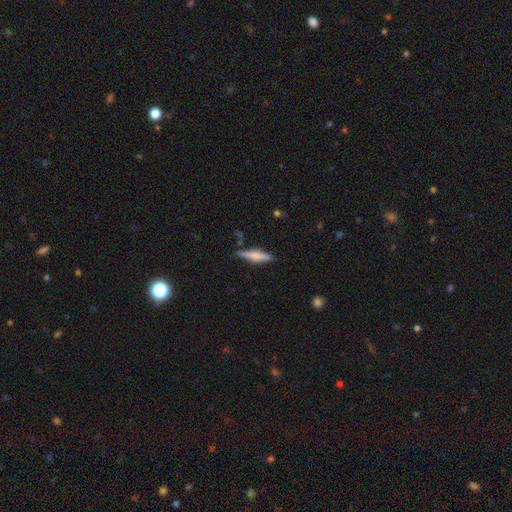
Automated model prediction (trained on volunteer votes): The model was most divided on "smooth or featured": smooth: 51%, featured or disk: 42%, star or artifact: 6%. More confident: merging — none (84%); how rounded — cigar-shaped (83%).